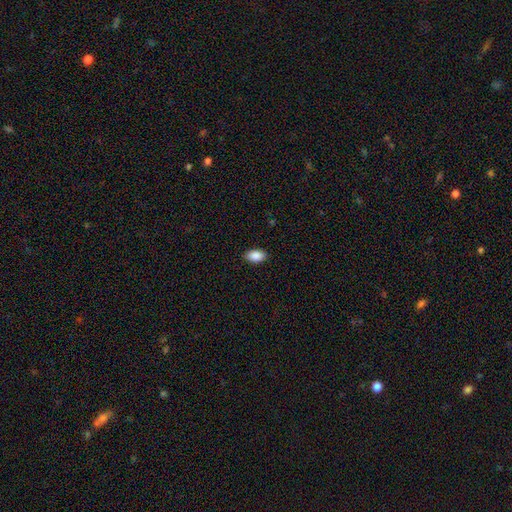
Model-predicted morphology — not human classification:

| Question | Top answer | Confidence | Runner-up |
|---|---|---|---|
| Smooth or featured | smooth | 90% | star or artifact (7%) |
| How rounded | in between | 93% | round (5%) |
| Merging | none | 89% | minor disturbance (9%) |